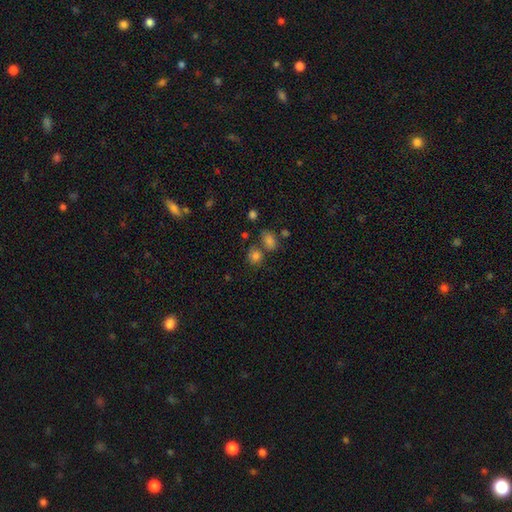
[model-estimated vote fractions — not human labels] Overall: smooth (78%). How rounded: round (69%). Merging: none (60%; merger 24%).